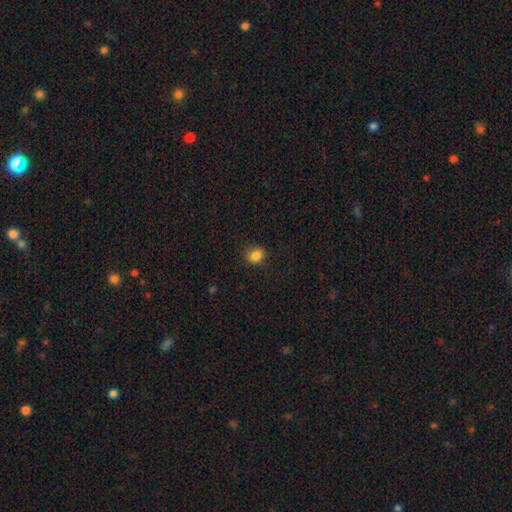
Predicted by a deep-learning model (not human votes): Overall: smooth (84%). How rounded: round (65%; in between 34%). Merging: none (81%).